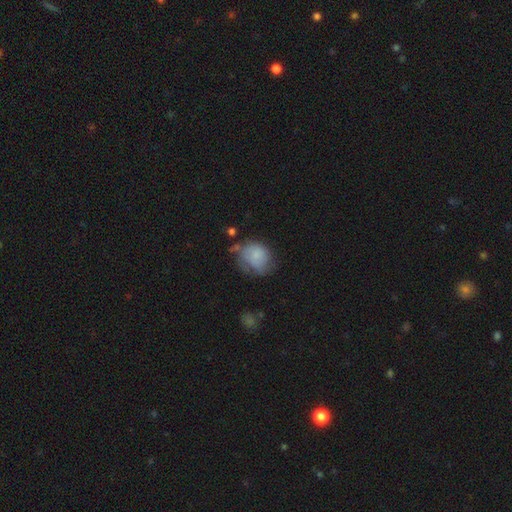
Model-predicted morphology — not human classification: This appears to be a smooth galaxy with no disk features (68%) that is round (65%). Merging: none (39%).